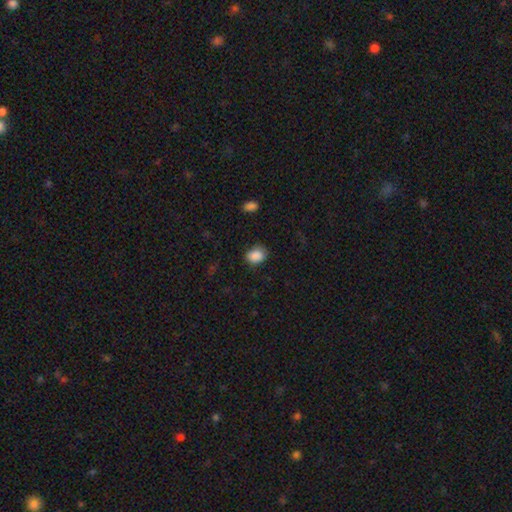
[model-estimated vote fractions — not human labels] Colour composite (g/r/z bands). It shows a smooth galaxy with no disk features (88%) that is in between round and cigar-shaped (62%). Merging: none (73%).